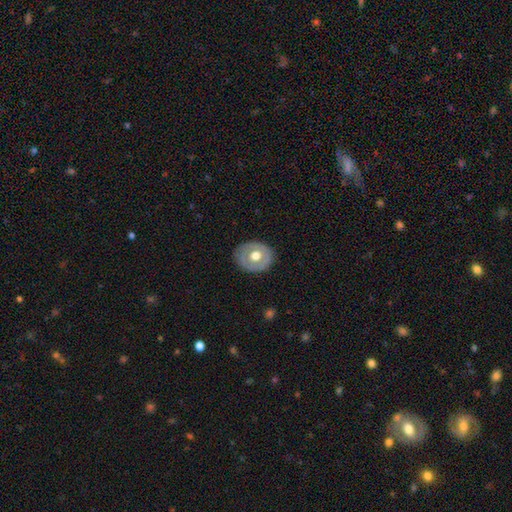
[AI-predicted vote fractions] smooth-or-featured: featured or disk: 48% | smooth: 47% | star or artifact: 5%
  merging: none: 83% | minor disturbance: 13% | major disturbance: 3% | merger: 1%